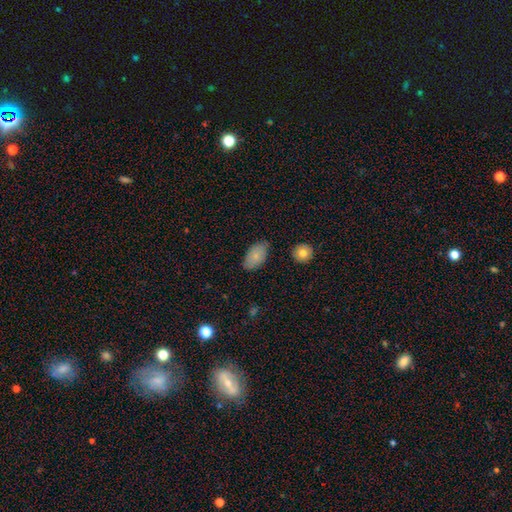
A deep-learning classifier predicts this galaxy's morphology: The model was most divided on "merging": none: 75%, minor disturbance: 19%, major disturbance: 4%, merger: 2%. More confident: how rounded — in between (93%); smooth or featured — smooth (79%).